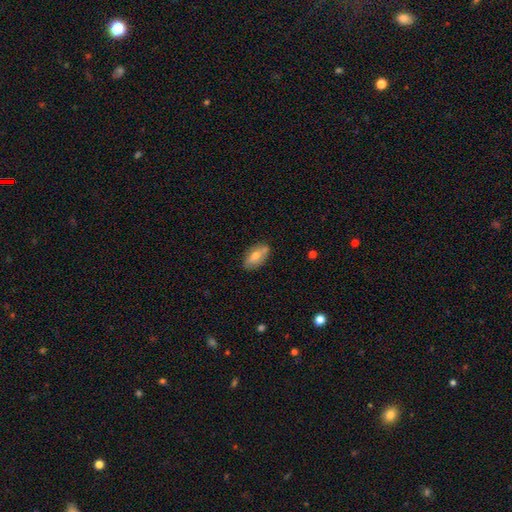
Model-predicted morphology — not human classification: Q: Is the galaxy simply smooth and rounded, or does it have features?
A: smooth — 65%.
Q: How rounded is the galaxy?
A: in between — 88%.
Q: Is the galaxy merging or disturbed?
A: none — 80%.